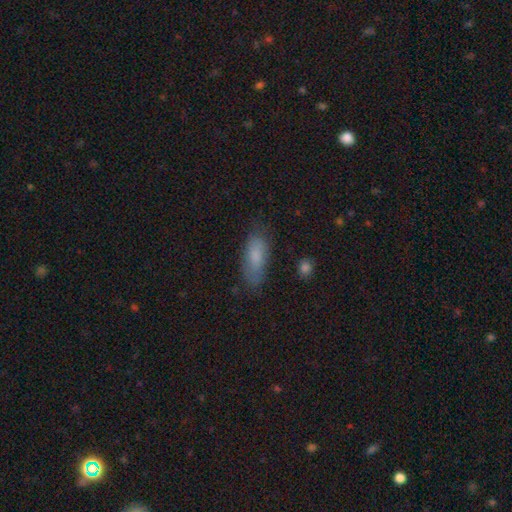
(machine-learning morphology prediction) Smooth or featured? Predicted: smooth (p=0.80). How rounded? Predicted: in between (p=0.74). Merging? Predicted: none (p=0.74).